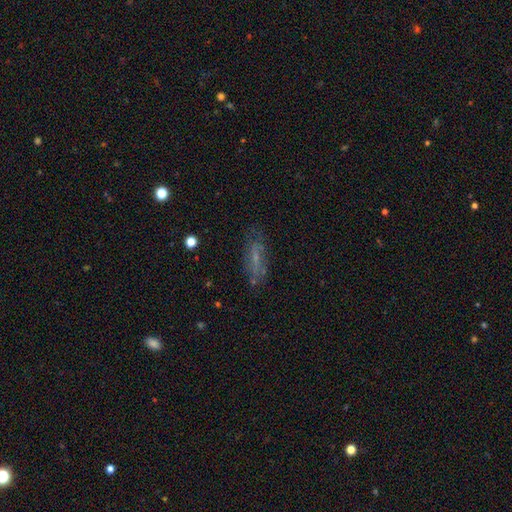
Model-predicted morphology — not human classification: smooth_or_featured: featured or disk (p=0.45) [alt: smooth p=0.42]
merging: none (p=0.70) [alt: minor disturbance p=0.19]